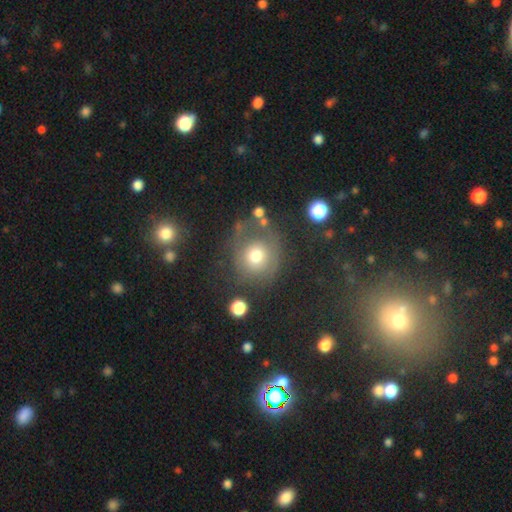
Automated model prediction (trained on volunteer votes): This appears to be a smooth galaxy with no disk features (62%) that is round (87%). Merging: none (57%).